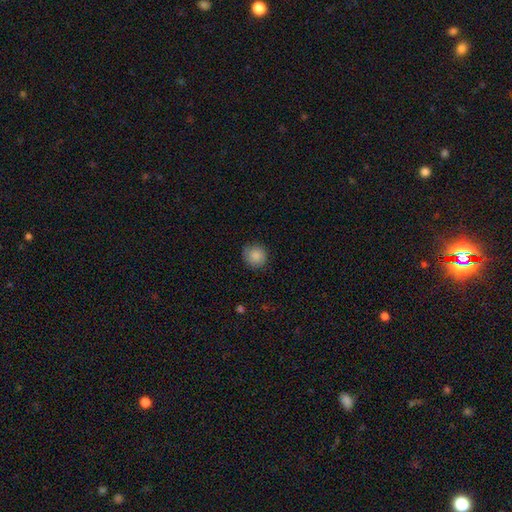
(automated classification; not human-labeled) A smooth galaxy with no disk features (87%) that is round (91%). Merging: none (83%).